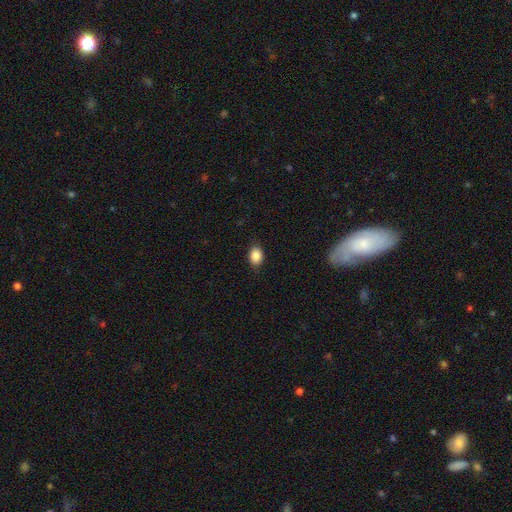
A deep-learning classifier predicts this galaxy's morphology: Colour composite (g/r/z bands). It shows a smooth galaxy with no disk features (88%) that is in between round and cigar-shaped (73%). Merging: none (86%).